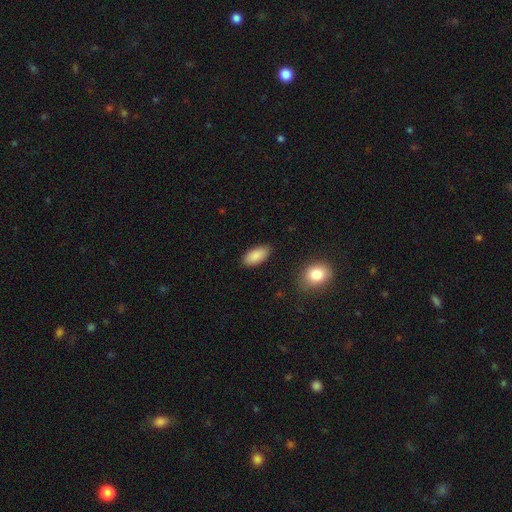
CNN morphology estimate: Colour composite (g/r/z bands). It shows a smooth galaxy with no disk features (88%) that is in between round and cigar-shaped (91%). Merging: none (87%).